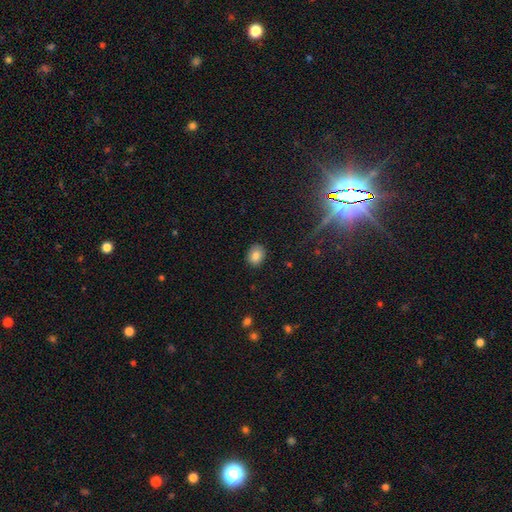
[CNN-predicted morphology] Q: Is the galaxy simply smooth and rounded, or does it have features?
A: smooth — 83%.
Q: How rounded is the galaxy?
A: in between — 56%.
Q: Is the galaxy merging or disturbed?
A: none — 87%.